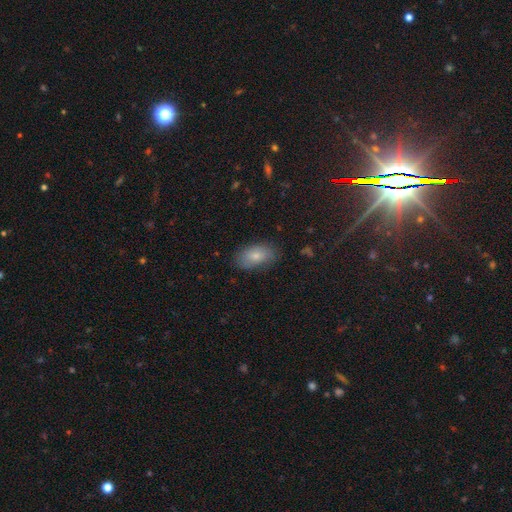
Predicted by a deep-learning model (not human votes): Morphology: type=smooth (77%); roundness=in between (92%); merging=none (76%).